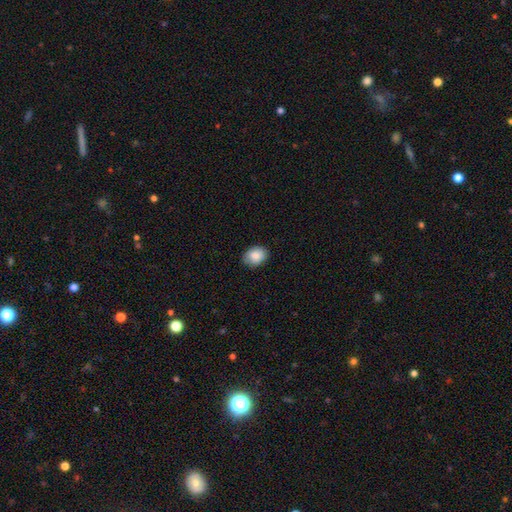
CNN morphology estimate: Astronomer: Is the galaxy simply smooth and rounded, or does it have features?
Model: smooth — 86%.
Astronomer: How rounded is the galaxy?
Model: in between — 67%.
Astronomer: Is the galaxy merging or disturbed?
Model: none — 84%.